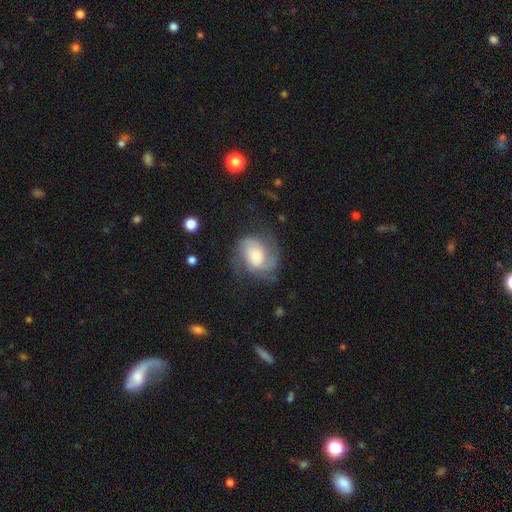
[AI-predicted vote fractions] The model was most divided on "bulge size": moderate: 35%, small: 34%, large: 22%, none: 5%, dominant: 4%. Remaining: edge-on disk — no (98%); spiral arms — yes (94%); smooth or featured — featured or disk (74%); spiral arm count — 2 (63%); bar — no (62%); merging — none (62%); spiral winding — medium (47%).